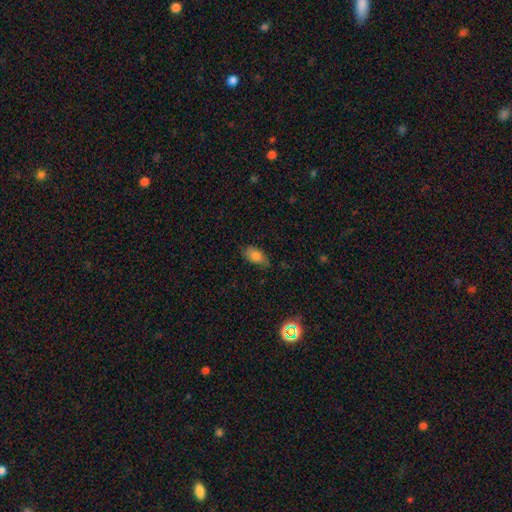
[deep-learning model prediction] smooth_or_featured: smooth (p=0.79) [alt: featured or disk p=0.12]
how_rounded: in between (p=0.90) [alt: round p=0.05]
merging: none (p=0.70) [alt: minor disturbance p=0.23]